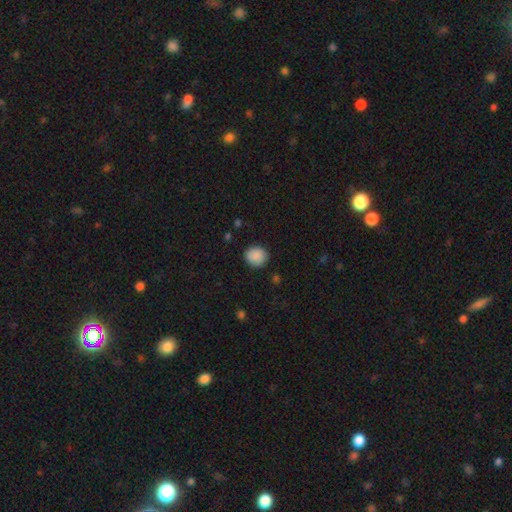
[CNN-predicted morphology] Q: Smooth or featured?
A: smooth (89%); runner-up: star or artifact (8%)
Q: How rounded?
A: round (79%); runner-up: in between (20%)
Q: Merging?
A: none (87%); runner-up: minor disturbance (9%)